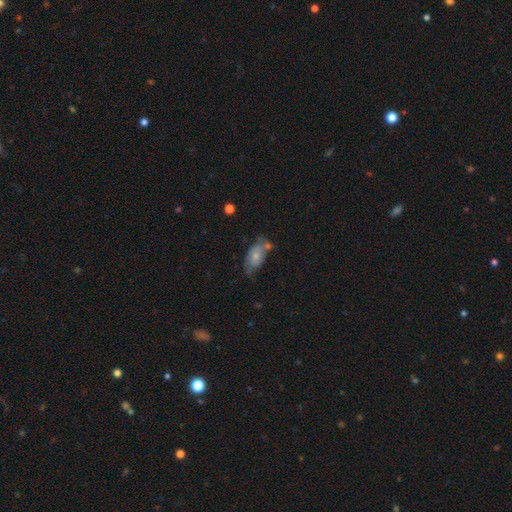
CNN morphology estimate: smooth-or-featured: smooth: 54% | featured or disk: 39% | star or artifact: 7%
  how-rounded: in between: 89% | cigar-shaped: 6% | round: 4%
  merging: none: 47% | minor disturbance: 29% | merger: 13% | major disturbance: 11%